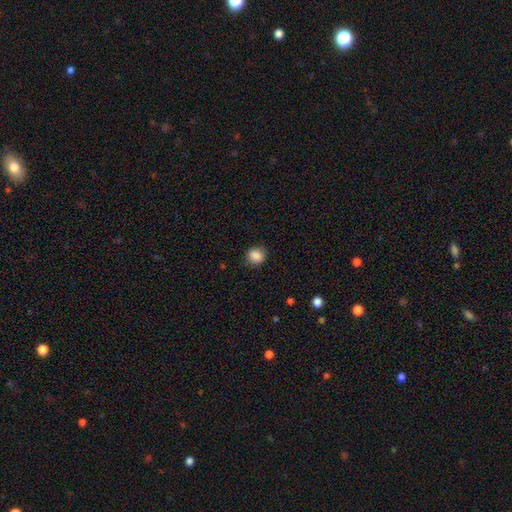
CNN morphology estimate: The model was most divided on "how rounded": round: 78%, in between: 21%, cigar-shaped: 1%. More confident: smooth or featured — smooth (87%); merging — none (84%).